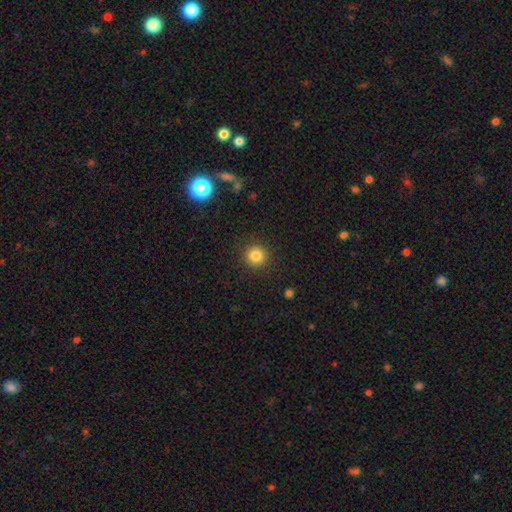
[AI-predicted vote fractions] Overall: smooth (83%). How rounded: round (94%). Merging: none (91%).